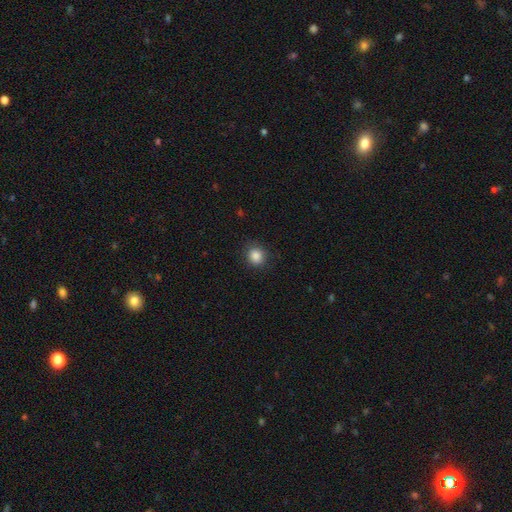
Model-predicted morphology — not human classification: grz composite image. It shows a smooth galaxy with no disk features (86%) that is round (86%). Merging: none (87%).